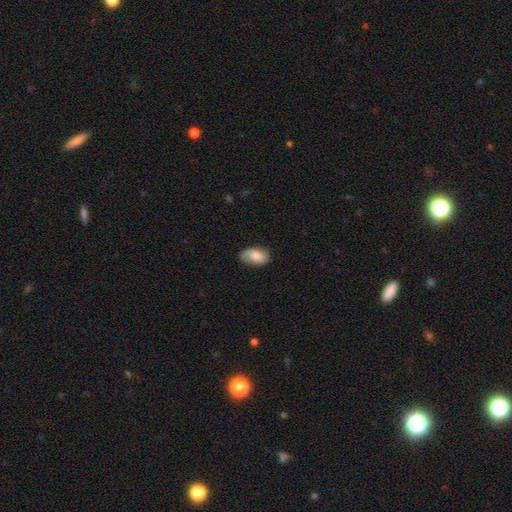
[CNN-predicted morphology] Smooth or featured?
  - smooth: 77% *
  - featured or disk: 17%
  - star or artifact: 6%
How rounded?
  - in between: 93% *
  - round: 5%
  - cigar-shaped: 2%
Merging?
  - none: 70% *
  - minor disturbance: 24%
  - major disturbance: 5%
  - merger: 1%